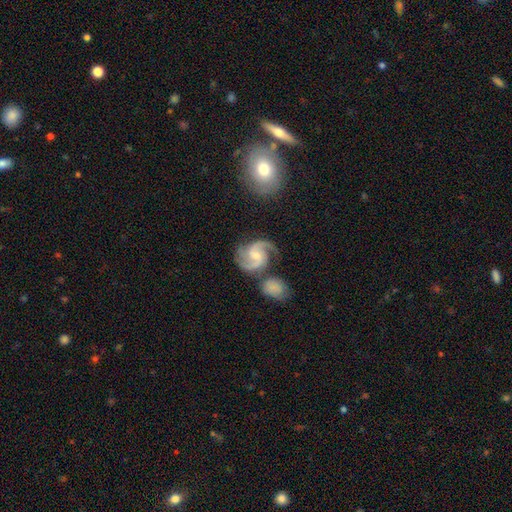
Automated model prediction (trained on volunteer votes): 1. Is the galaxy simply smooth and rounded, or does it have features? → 91% featured or disk, 5% star or artifact, 4% smooth.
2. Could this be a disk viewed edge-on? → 98% no, 2% yes.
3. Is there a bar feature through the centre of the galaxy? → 46% weak, 42% no, 12% strong.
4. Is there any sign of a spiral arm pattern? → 98% yes, 2% no.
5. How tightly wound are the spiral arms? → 61% medium, 23% loose, 16% tight.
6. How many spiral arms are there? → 78% 2, 13% 3, 3% can't tell, 2% 1, 2% 4, 2% more than 4.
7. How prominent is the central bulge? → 56% small, 36% moderate, 5% none, 2% large, 1% dominant.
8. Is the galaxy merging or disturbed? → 61% none, 16% minor disturbance, 15% merger, 7% major disturbance.